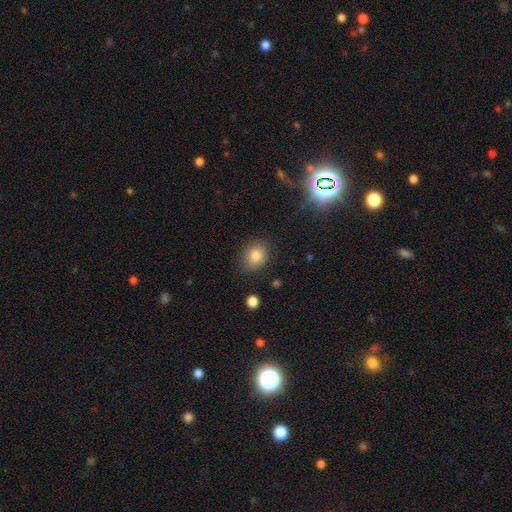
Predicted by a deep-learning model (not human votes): Smooth or featured? smooth (83%)
How rounded? round (59%)
Merging? none (79%)